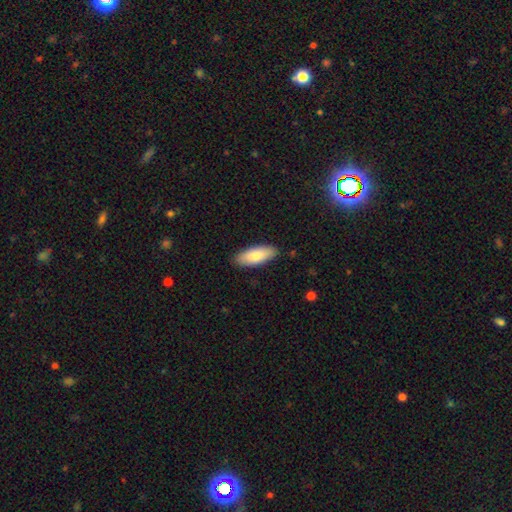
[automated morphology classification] smooth 83%, featured or disk 12%, star or artifact 5%. Down the decision tree: how rounded — in between (79%); merging — none (88%).